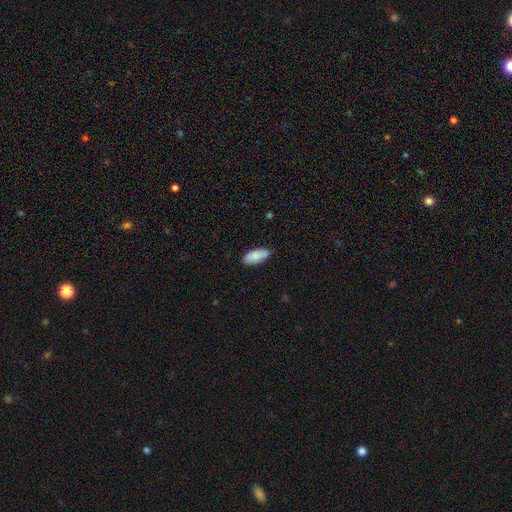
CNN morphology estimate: Smooth or featured? smooth (85%)
How rounded? in between (86%)
Merging? none (82%)